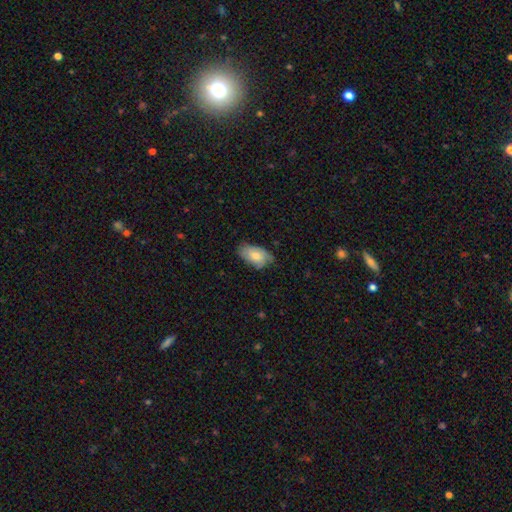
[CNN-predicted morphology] Smooth or featured? Predicted: smooth (p=0.68). How rounded? Predicted: in between (p=0.92). Merging? Predicted: none (p=0.62).